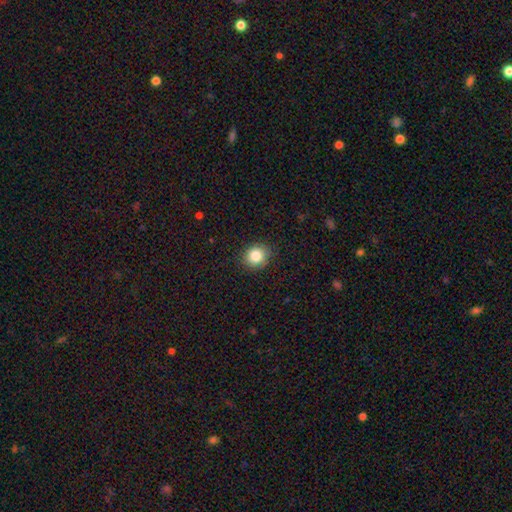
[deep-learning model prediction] smooth_or_featured: smooth (p=0.85) [alt: star or artifact p=0.09]
how_rounded: round (p=0.74) [alt: in between p=0.25]
merging: none (p=0.86) [alt: minor disturbance p=0.10]